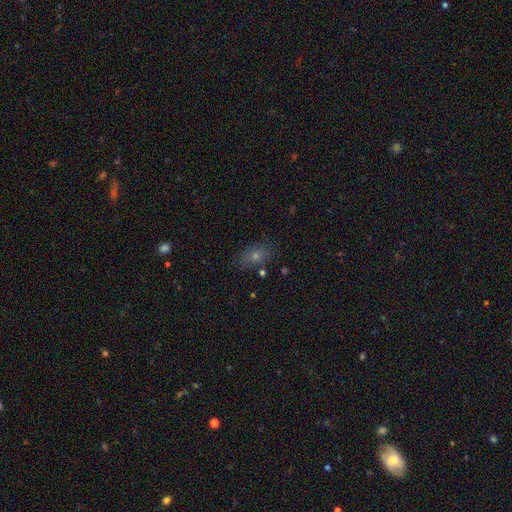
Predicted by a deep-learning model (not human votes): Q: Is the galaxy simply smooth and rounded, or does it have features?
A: smooth — 56%.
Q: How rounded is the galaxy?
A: in between — 73%.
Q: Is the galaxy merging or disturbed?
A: none — 80%.